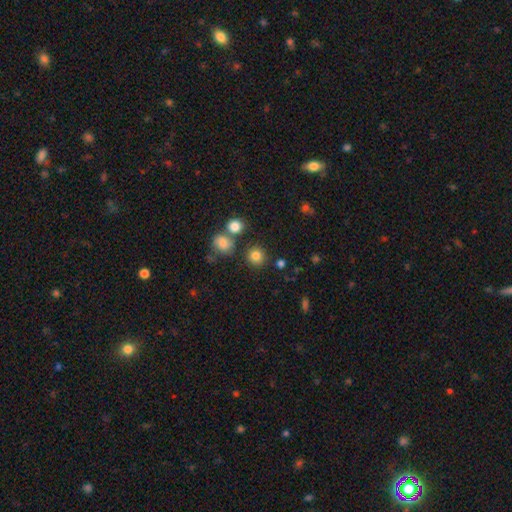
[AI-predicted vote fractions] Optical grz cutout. It shows a smooth galaxy with no disk features (82%) that is round (90%). Merging: none (80%).